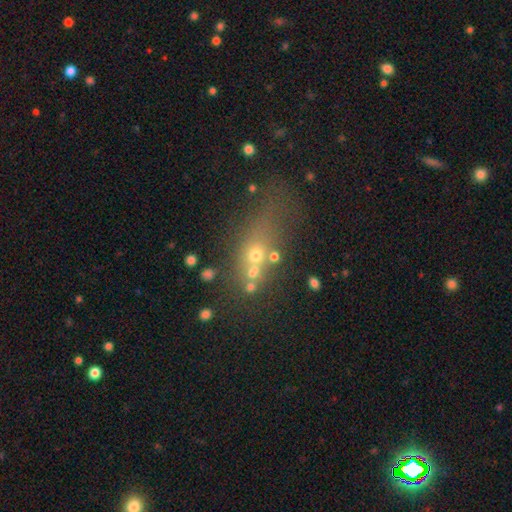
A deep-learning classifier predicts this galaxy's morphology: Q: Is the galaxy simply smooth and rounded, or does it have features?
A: smooth — 46%.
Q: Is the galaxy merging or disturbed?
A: none — 42%.